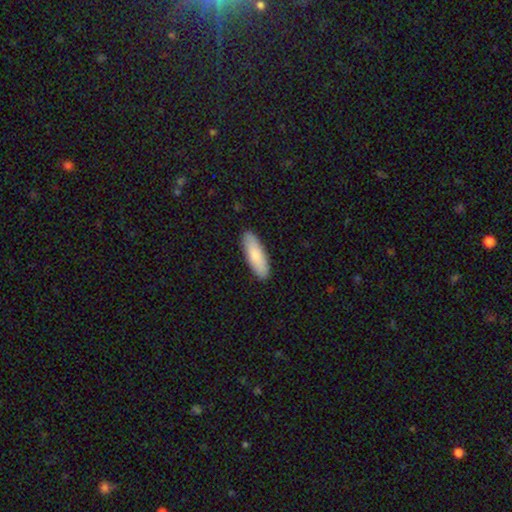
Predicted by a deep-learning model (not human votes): smooth-or-featured: smooth: 82% | featured or disk: 13% | star or artifact: 5%
  how-rounded: in between: 53% | cigar-shaped: 46% | round: 2%
  merging: none: 90% | minor disturbance: 8% | major disturbance: 2% | merger: 1%